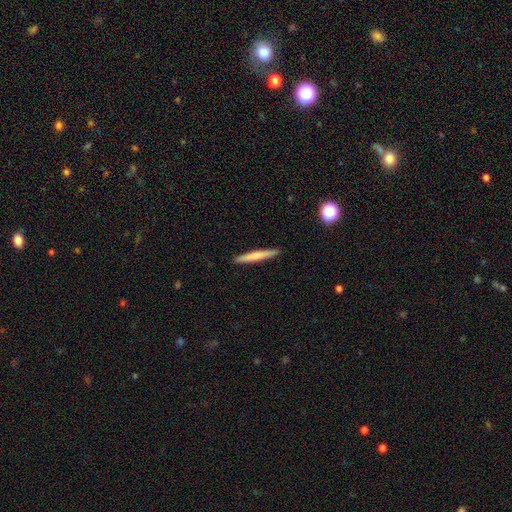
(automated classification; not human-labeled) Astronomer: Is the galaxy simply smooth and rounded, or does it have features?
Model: smooth — 63%.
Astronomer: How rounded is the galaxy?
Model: cigar-shaped — 96%.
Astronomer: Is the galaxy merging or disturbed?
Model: none — 92%.